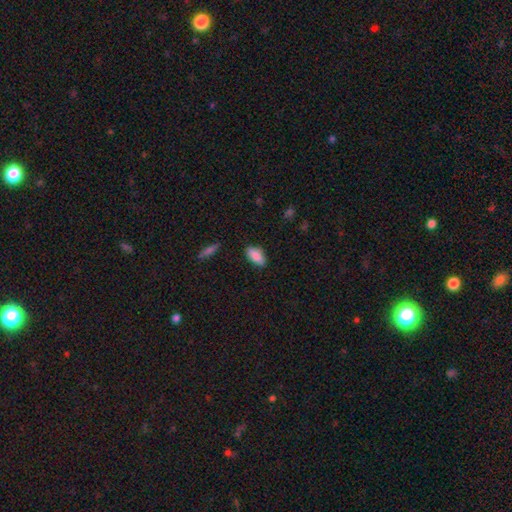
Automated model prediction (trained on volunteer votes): smooth-or-featured: smooth: 85% | featured or disk: 8% | star or artifact: 7%
  how-rounded: in between: 88% | cigar-shaped: 9% | round: 3%
  merging: none: 82% | minor disturbance: 13% | major disturbance: 2% | merger: 2%